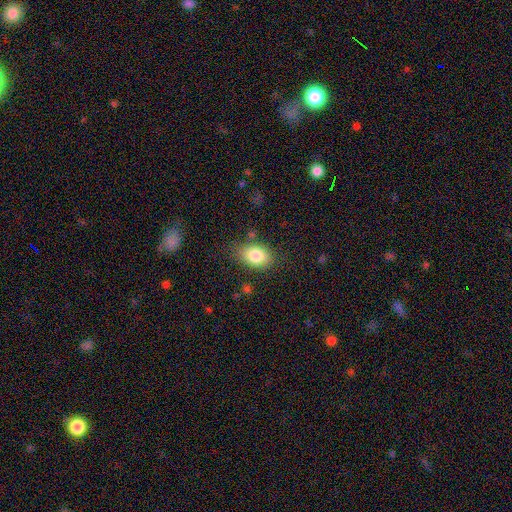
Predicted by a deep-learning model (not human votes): smooth_or_featured: smooth (p=0.83) [alt: featured or disk p=0.09]
how_rounded: in between (p=0.80) [alt: round p=0.19]
merging: none (p=0.75) [alt: minor disturbance p=0.18]